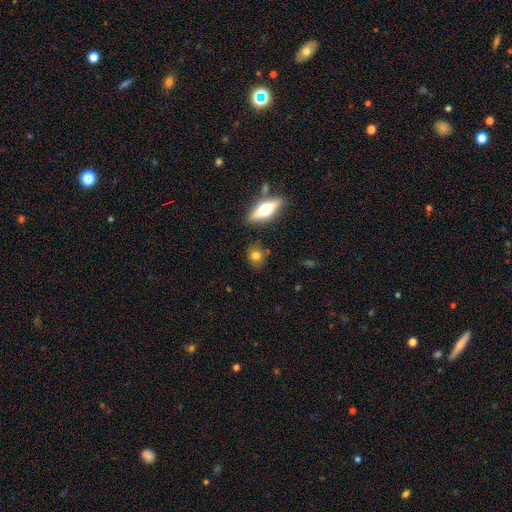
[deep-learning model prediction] Morphology: type=smooth (74%); roundness=round (64%); merging=none (80%).